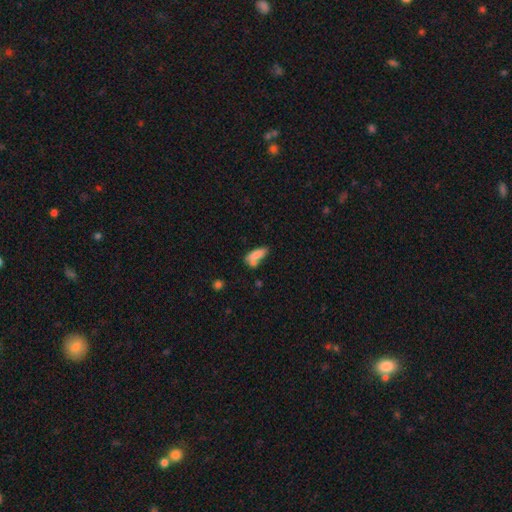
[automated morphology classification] Overall: smooth (79%). How rounded: in between (68%; cigar-shaped 29%). Merging: none (41%; merger 28%).